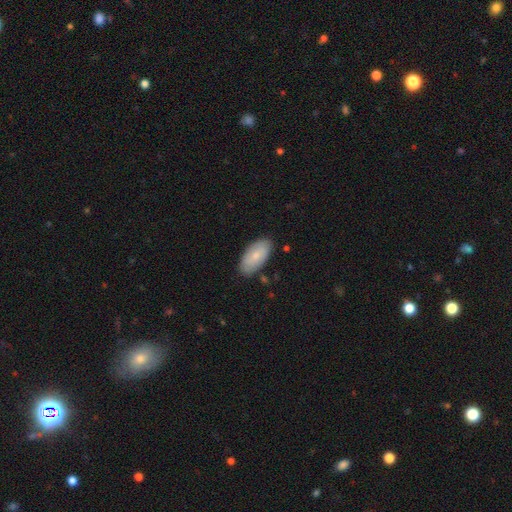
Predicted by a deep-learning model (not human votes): Smooth or featured: smooth — 73% (featured or disk — 21%)
How rounded: in between — 93% (cigar-shaped — 5%)
Merging: none — 83% (minor disturbance — 13%)